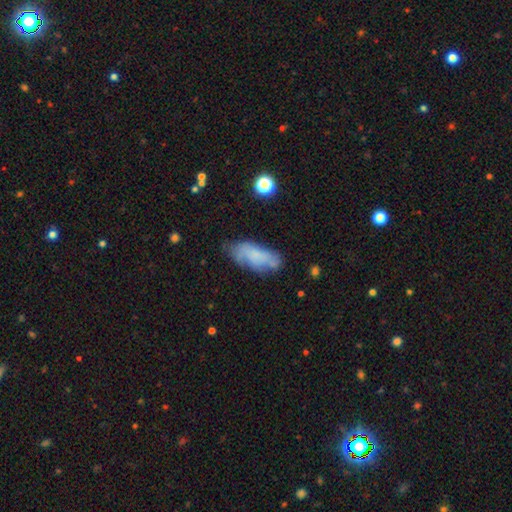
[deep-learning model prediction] Smooth or featured?
  - smooth: 56% *
  - featured or disk: 35%
  - star or artifact: 9%
How rounded?
  - in between: 77% *
  - cigar-shaped: 20%
  - round: 3%
Merging?
  - none: 60% *
  - minor disturbance: 26%
  - major disturbance: 10%
  - merger: 4%